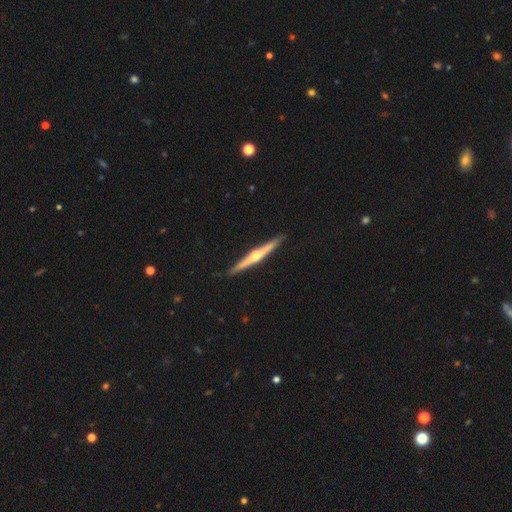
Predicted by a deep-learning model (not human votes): Q: Smooth or featured?
A: featured or disk (79%); runner-up: smooth (16%)
Q: Edge-on disk?
A: yes (98%); runner-up: no (2%)
Q: Edge-on bulge?
A: rounded (92%); runner-up: none (5%)
Q: Merging?
A: none (92%); runner-up: minor disturbance (6%)